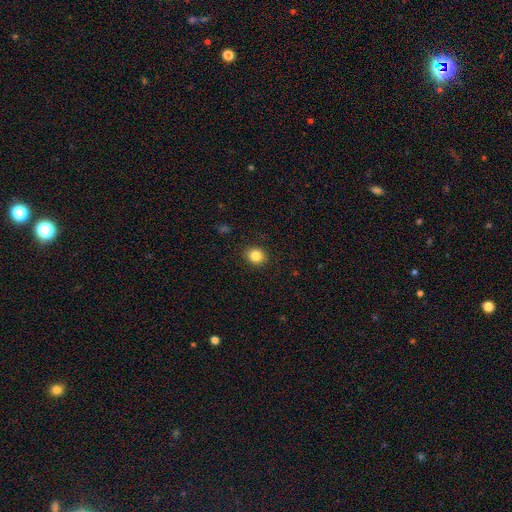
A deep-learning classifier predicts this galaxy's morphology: Q: Smooth or featured?
A: smooth (85%); runner-up: star or artifact (10%)
Q: How rounded?
A: round (75%); runner-up: in between (24%)
Q: Merging?
A: none (91%); runner-up: minor disturbance (6%)